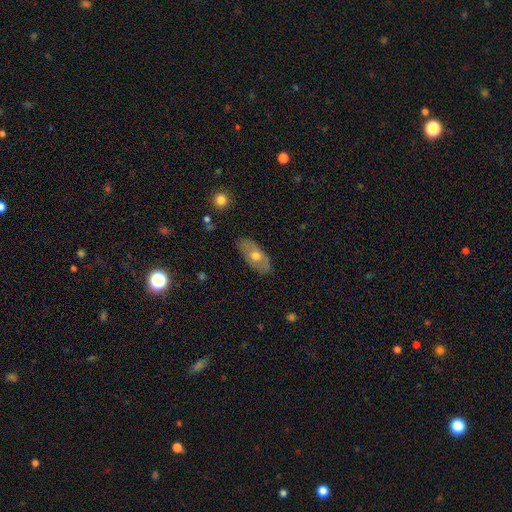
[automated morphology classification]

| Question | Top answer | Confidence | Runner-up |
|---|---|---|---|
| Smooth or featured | smooth | 54% | featured or disk (39%) |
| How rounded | in between | 86% | cigar-shaped (9%) |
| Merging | none | 81% | minor disturbance (14%) |